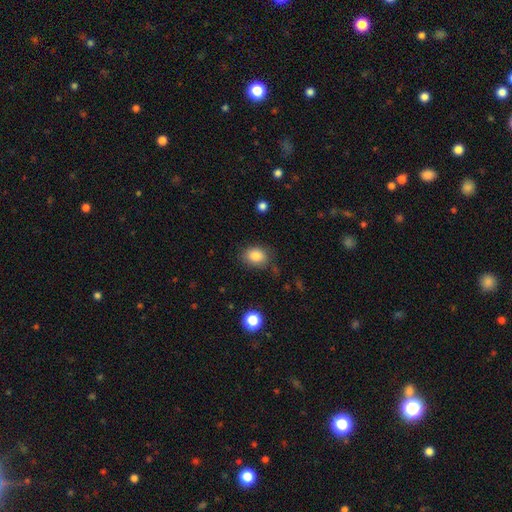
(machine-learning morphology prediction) smooth-or-featured: smooth: 85% | star or artifact: 9% | featured or disk: 6%
  how-rounded: in between: 59% | round: 40% | cigar-shaped: 1%
  merging: none: 78% | minor disturbance: 15% | major disturbance: 4% | merger: 2%